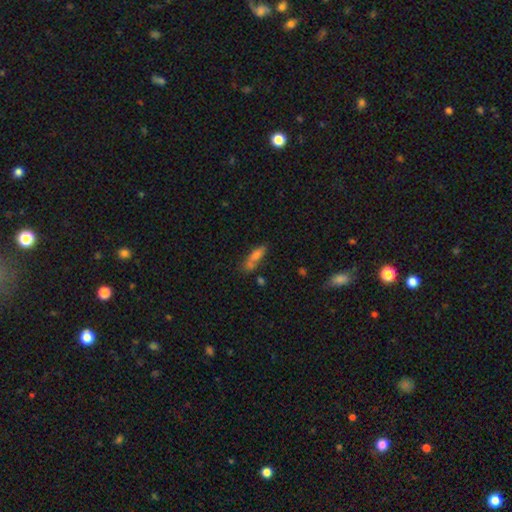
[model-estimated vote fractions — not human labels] smooth_or_featured: smooth (p=0.65) [alt: featured or disk p=0.19]
how_rounded: cigar-shaped (p=0.48) [alt: in between p=0.47]
merging: none (p=0.44) [alt: merger p=0.30]